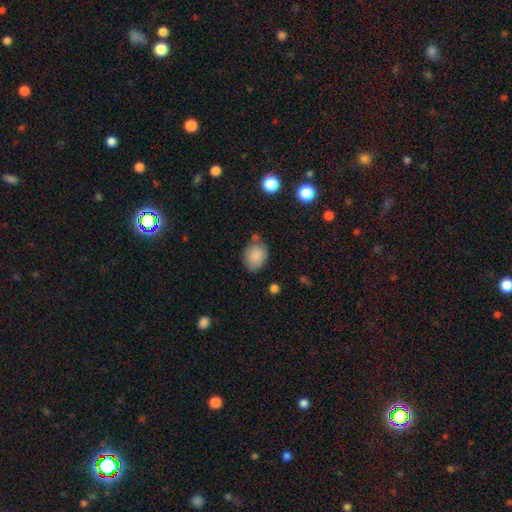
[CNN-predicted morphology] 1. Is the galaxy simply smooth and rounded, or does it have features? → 85% smooth, 8% star or artifact, 7% featured or disk.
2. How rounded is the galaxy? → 63% in between, 36% round, 1% cigar-shaped.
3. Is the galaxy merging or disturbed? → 63% none, 23% minor disturbance, 8% merger, 5% major disturbance.